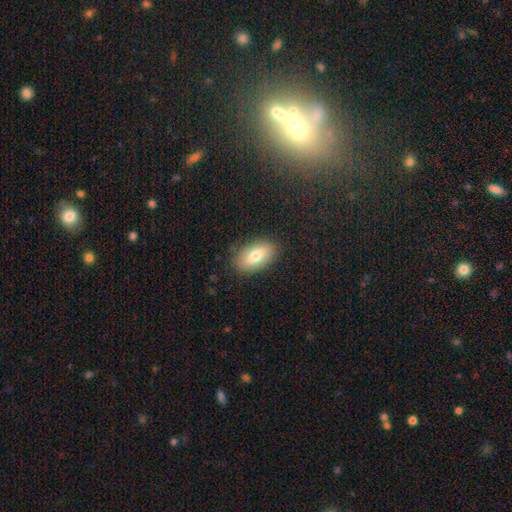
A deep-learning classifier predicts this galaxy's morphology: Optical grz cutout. It shows a smooth galaxy with no disk features (71%) that is in between round and cigar-shaped (89%). Merging: none (85%).